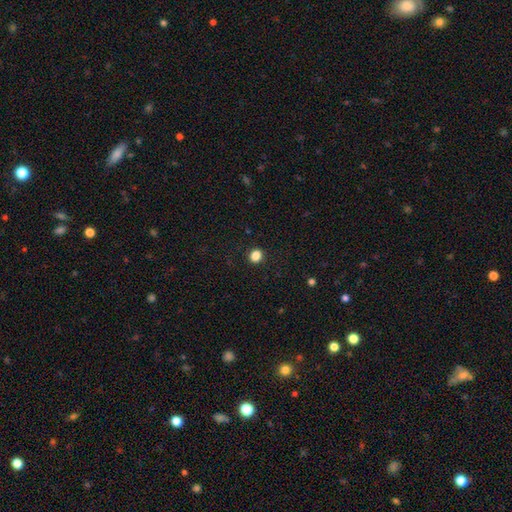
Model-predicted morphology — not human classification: smooth_or_featured: smooth (p=0.85) [alt: star or artifact p=0.11]
how_rounded: round (p=0.81) [alt: in between p=0.18]
merging: none (p=0.92) [alt: minor disturbance p=0.05]